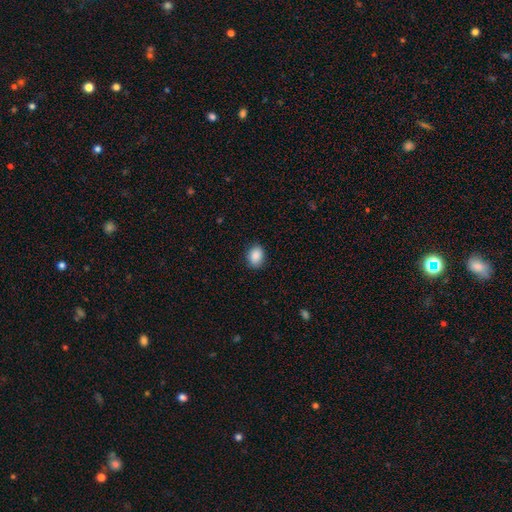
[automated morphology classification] This appears to be a smooth galaxy with no disk features (89%) that is in between round and cigar-shaped (71%). Merging: none (86%).